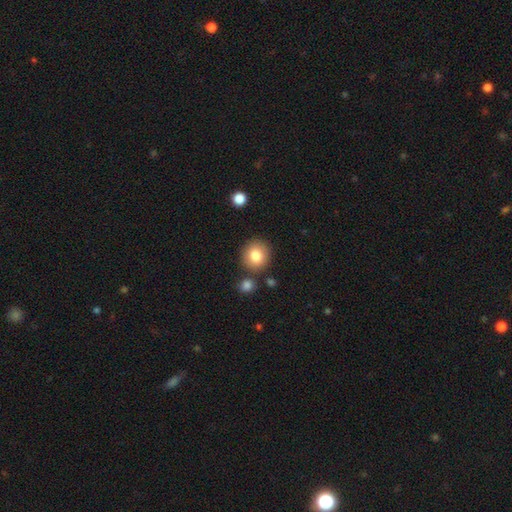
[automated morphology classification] Smooth or featured?
  - smooth: 83% *
  - star or artifact: 9%
  - featured or disk: 9%
How rounded?
  - round: 87% *
  - in between: 12%
  - cigar-shaped: 1%
Merging?
  - none: 81% *
  - minor disturbance: 9%
  - merger: 7%
  - major disturbance: 3%